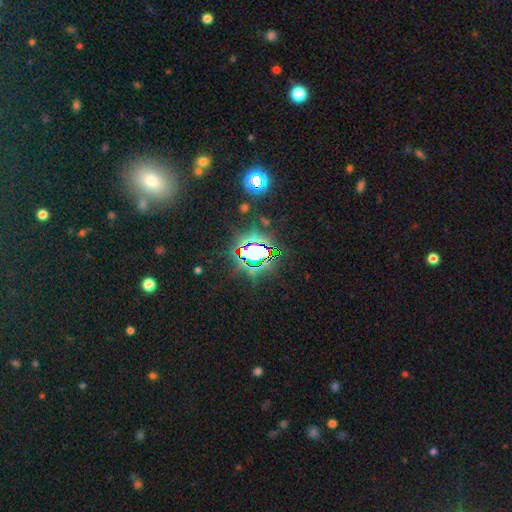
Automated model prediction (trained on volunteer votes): Morphology: type=star or artifact (79%).